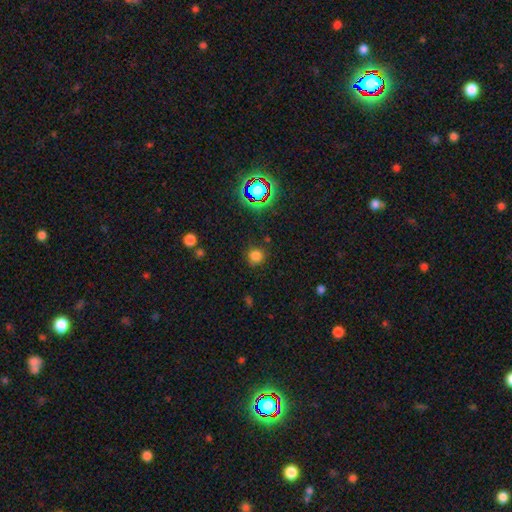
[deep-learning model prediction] smooth 76%, star or artifact 19%, featured or disk 5%. Down the decision tree: how rounded — round (91%); merging — none (84%).